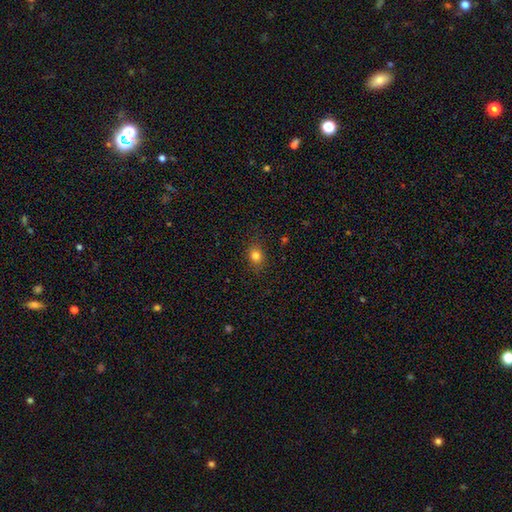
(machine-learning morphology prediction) The model was most divided on "how rounded": round: 55%, in between: 44%, cigar-shaped: 1%. More confident: merging — none (85%); smooth or featured — smooth (81%).